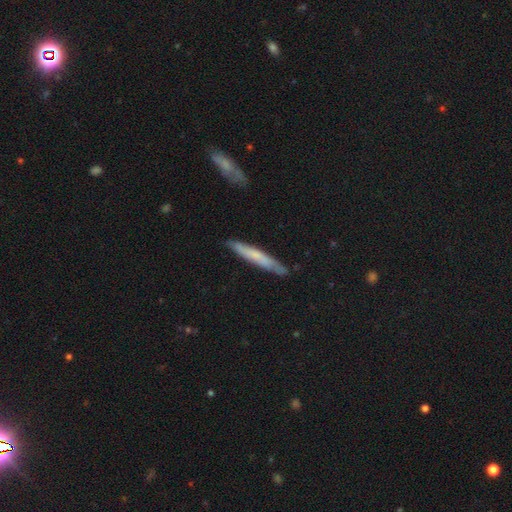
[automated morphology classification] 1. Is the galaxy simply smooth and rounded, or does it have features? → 57% smooth, 37% featured or disk, 6% star or artifact.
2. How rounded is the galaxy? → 95% cigar-shaped, 4% in between, 1% round.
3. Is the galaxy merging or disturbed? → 84% none, 13% minor disturbance, 2% major disturbance, 2% merger.